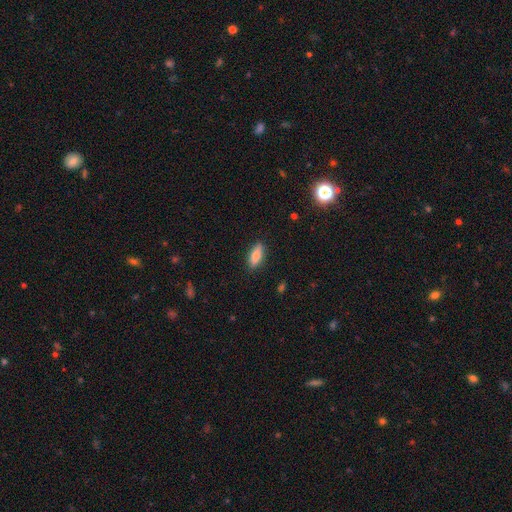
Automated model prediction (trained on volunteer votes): Q: Smooth or featured?
A: smooth (79%); runner-up: featured or disk (14%)
Q: How rounded?
A: in between (67%); runner-up: cigar-shaped (30%)
Q: Merging?
A: none (86%); runner-up: minor disturbance (11%)